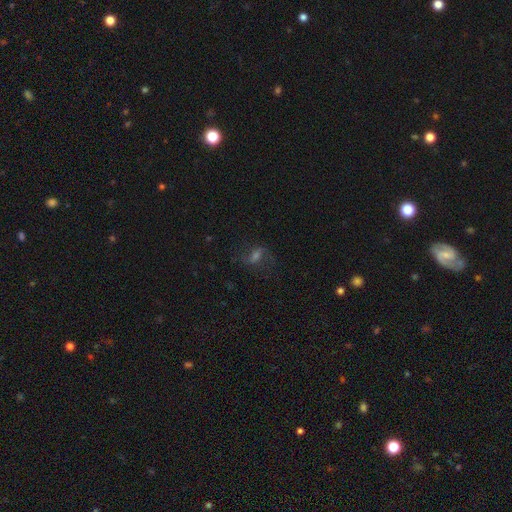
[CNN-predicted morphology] smooth-or-featured: featured or disk: 41% | smooth: 32% | star or artifact: 28%
  merging: none: 66% | minor disturbance: 17% | major disturbance: 16% | merger: 2%